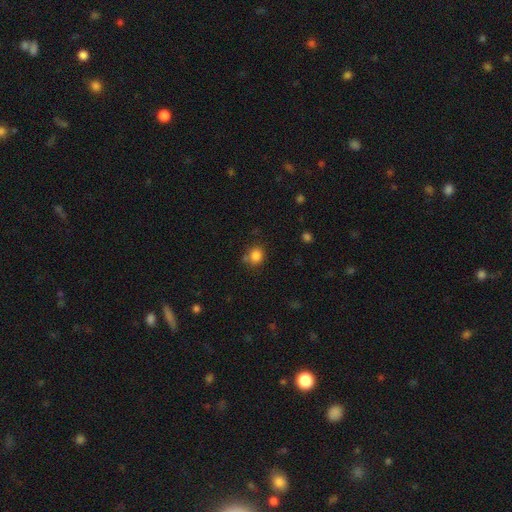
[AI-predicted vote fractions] Morphology: type=smooth (84%); roundness=round (82%); merging=none (70%).